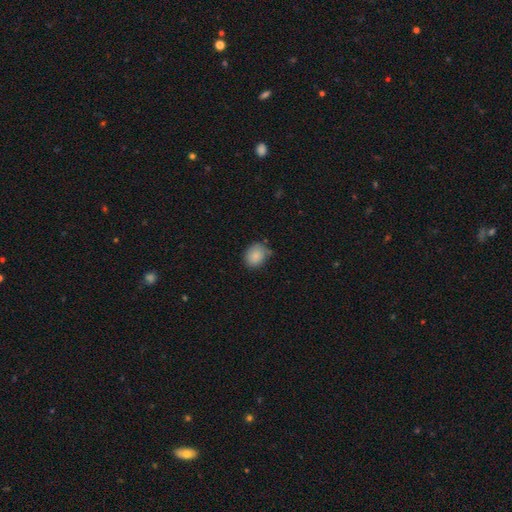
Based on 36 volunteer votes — A smooth galaxy with no disk features (92%) that is in between round and cigar-shaped (64%). Merging: none (61%).